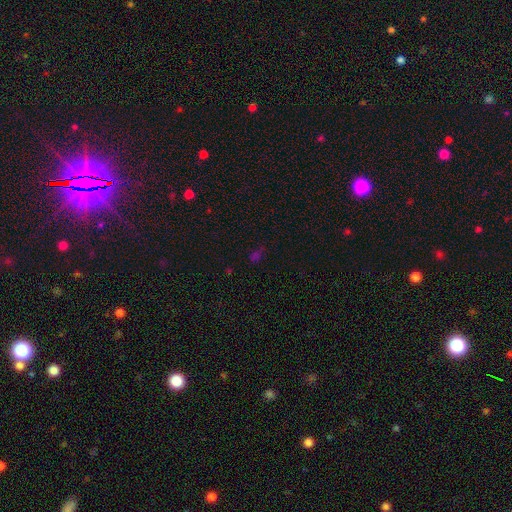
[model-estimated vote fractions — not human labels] Smooth or featured: smooth — 46% (tied with star or artifact — 46%)
Merging: none — 60% (minor disturbance — 21%)